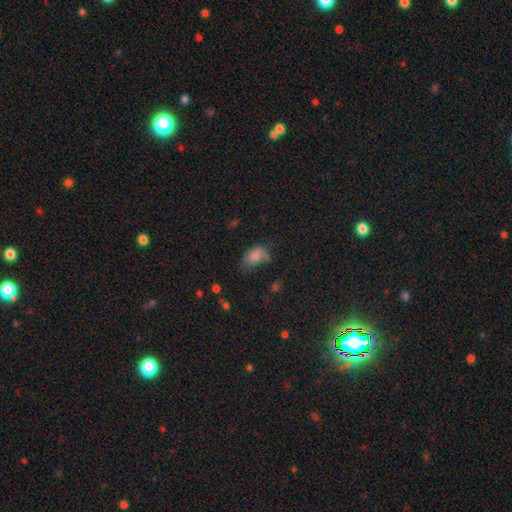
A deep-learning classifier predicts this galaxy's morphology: The model was most divided on "merging": none: 44%, minor disturbance: 33%, major disturbance: 16%, merger: 7%. More confident: how rounded — in between (88%); smooth or featured — smooth (81%).